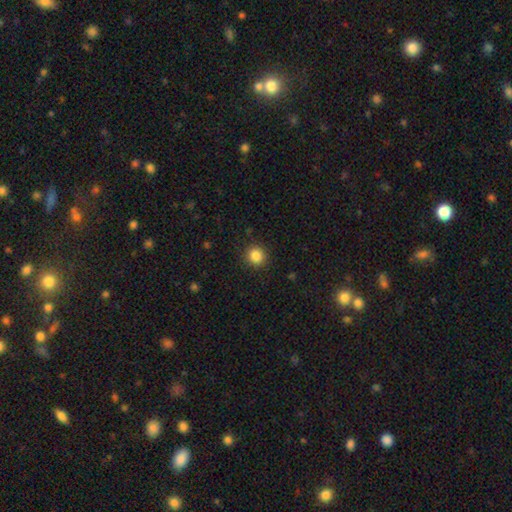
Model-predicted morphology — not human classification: This appears to be a smooth galaxy with no disk features (86%) that is round (89%). Merging: none (90%).